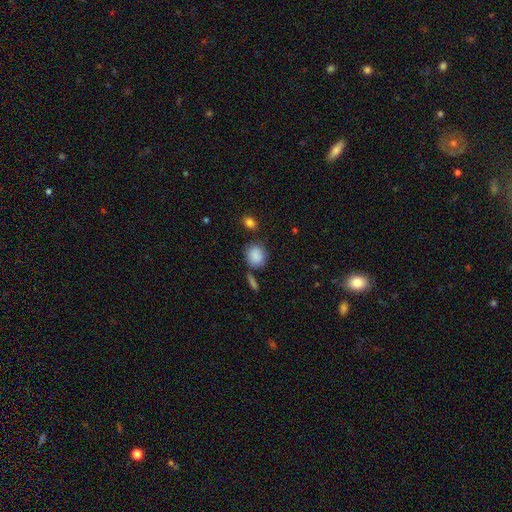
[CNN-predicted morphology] Q: Smooth or featured?
A: smooth (87%); runner-up: star or artifact (8%)
Q: How rounded?
A: round (70%); runner-up: in between (28%)
Q: Merging?
A: none (70%); runner-up: minor disturbance (16%)